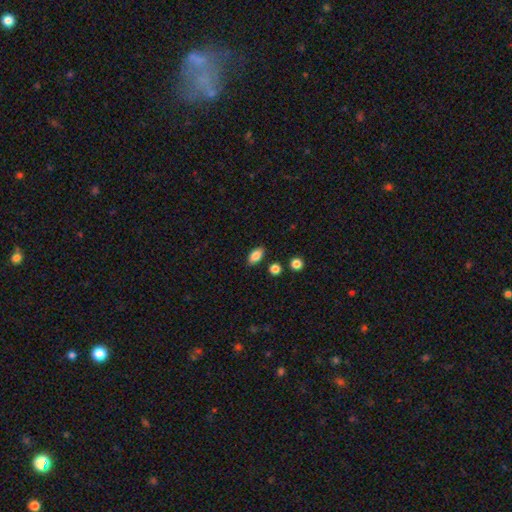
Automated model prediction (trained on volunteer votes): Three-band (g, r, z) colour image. It shows a smooth galaxy with no disk features (86%) that is in between round and cigar-shaped (90%). Merging: none (85%).